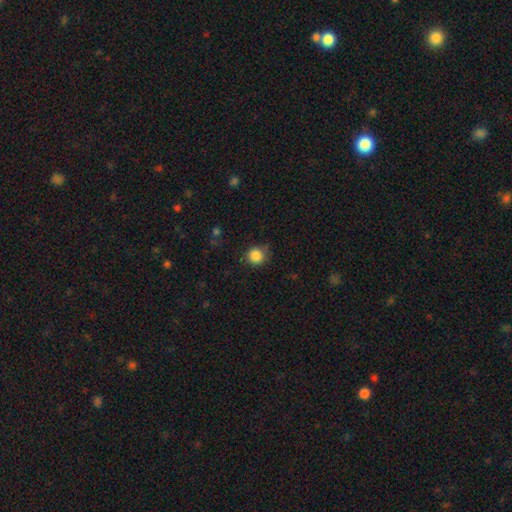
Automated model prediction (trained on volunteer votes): Smooth or featured: smooth — 86% (star or artifact — 10%)
How rounded: round — 91% (in between — 8%)
Merging: none — 76% (minor disturbance — 19%)